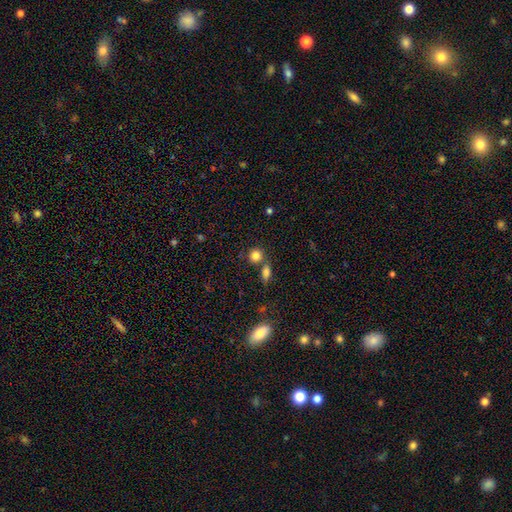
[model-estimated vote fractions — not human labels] Q: Smooth or featured?
A: smooth (83%); runner-up: star or artifact (11%)
Q: How rounded?
A: round (83%); runner-up: in between (16%)
Q: Merging?
A: none (63%); runner-up: merger (24%)